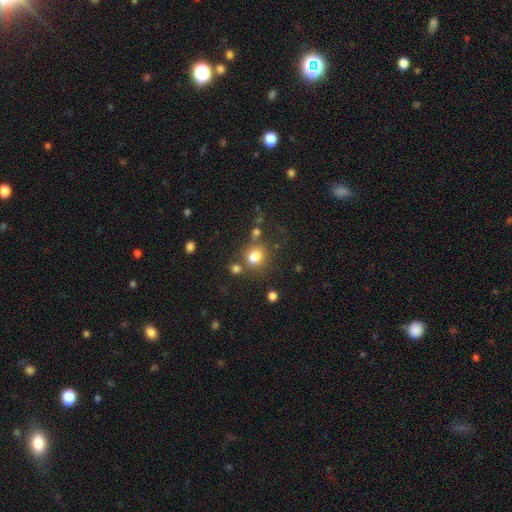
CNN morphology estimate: A smooth galaxy with no disk features (78%) that is round (59%). Merging: none (59%).